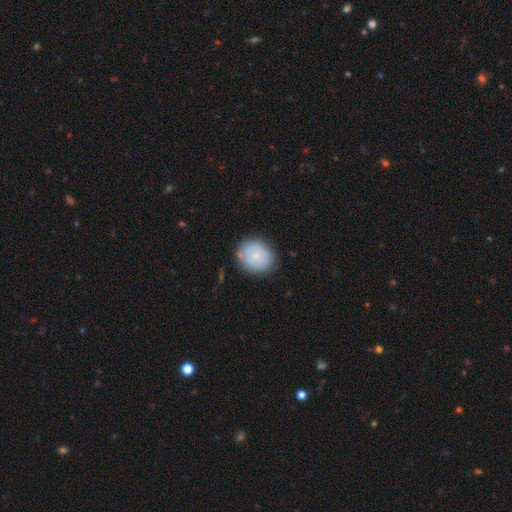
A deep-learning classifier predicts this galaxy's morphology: smooth_or_featured: smooth (p=0.67) [alt: featured or disk p=0.26]
how_rounded: round (p=0.73) [alt: in between p=0.26]
merging: none (p=0.78) [alt: minor disturbance p=0.15]